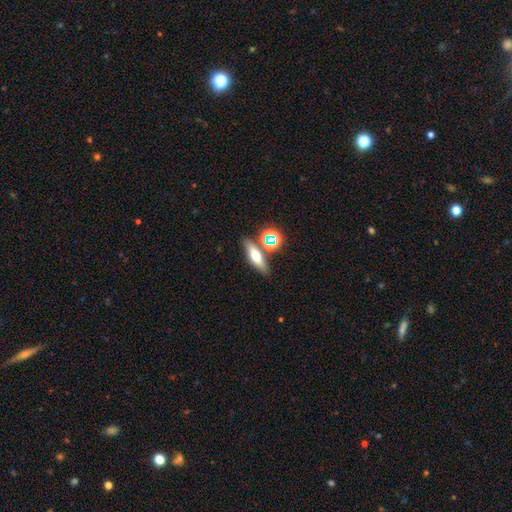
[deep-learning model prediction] smooth 50%, featured or disk 36%, star or artifact 14%. Down the decision tree: how rounded — cigar-shaped (45%); merging — none (72%).